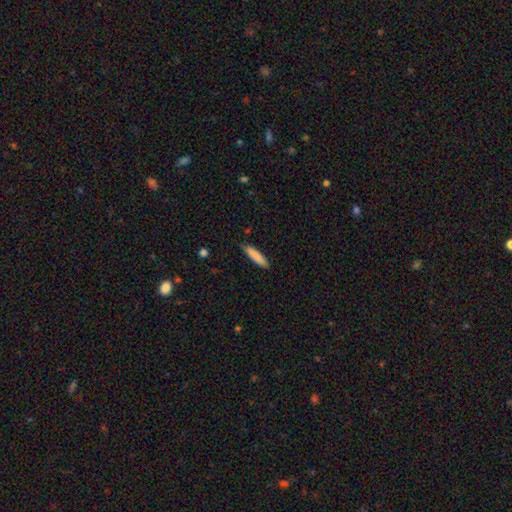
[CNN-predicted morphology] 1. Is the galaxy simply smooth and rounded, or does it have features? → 83% smooth, 11% featured or disk, 6% star or artifact.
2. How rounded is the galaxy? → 83% cigar-shaped, 16% in between, 1% round.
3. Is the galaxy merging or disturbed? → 85% none, 12% minor disturbance, 2% major disturbance, 1% merger.